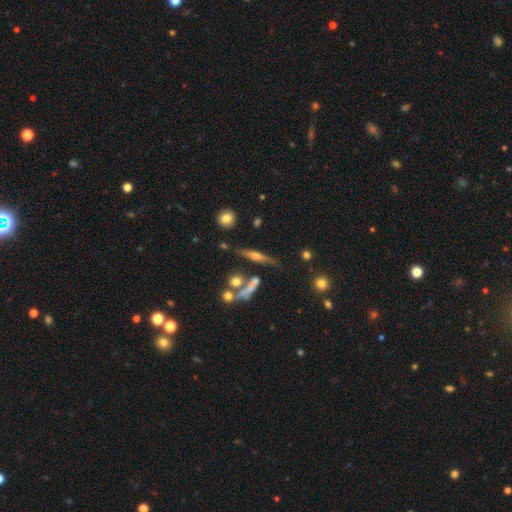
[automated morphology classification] type=featured or disk (62%); edge-on=yes (89%); edge-on bulge=rounded (82%); merging=none (63%).